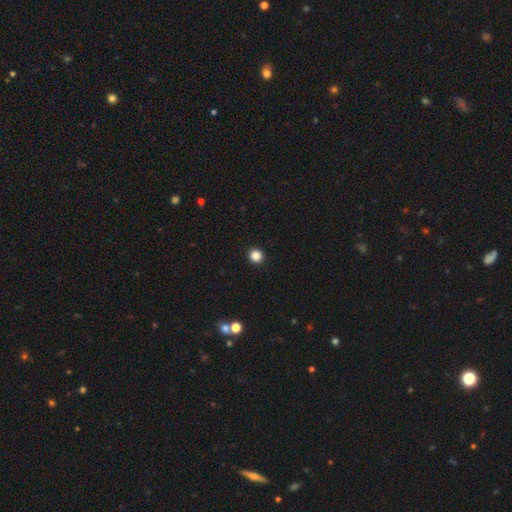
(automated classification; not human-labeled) This is clearly a smooth galaxy (85%). How rounded: clearly round (95%). Merging: clearly none (94%).